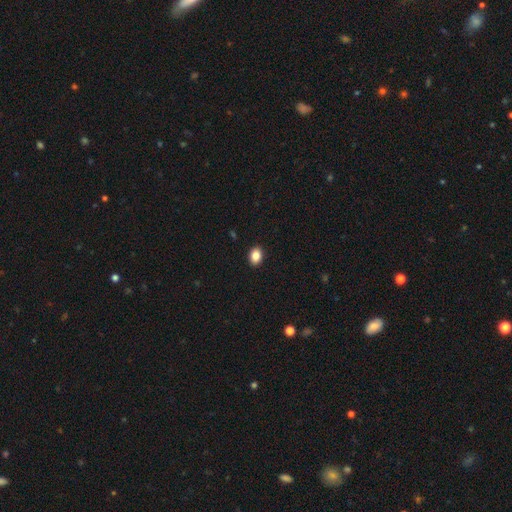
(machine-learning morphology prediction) Q: Smooth or featured?
A: smooth (87%); runner-up: star or artifact (9%)
Q: How rounded?
A: in between (67%); runner-up: round (32%)
Q: Merging?
A: none (92%); runner-up: minor disturbance (6%)